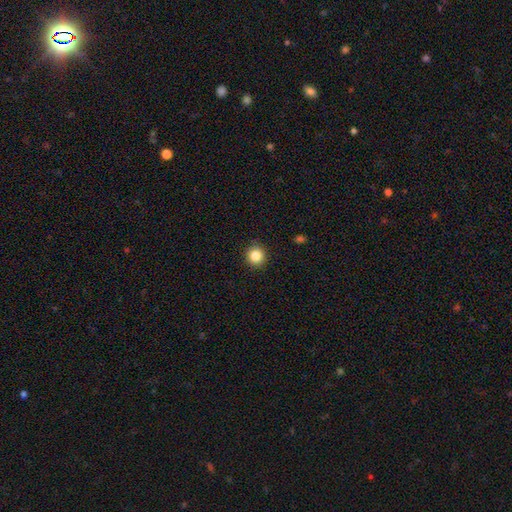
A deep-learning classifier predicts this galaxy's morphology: Overall: smooth (85%). How rounded: round (93%). Merging: none (91%).